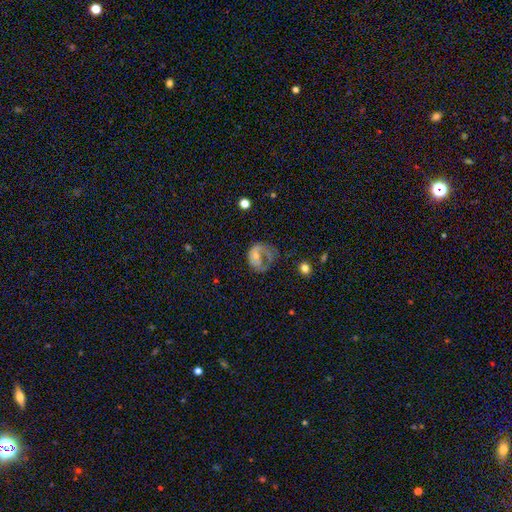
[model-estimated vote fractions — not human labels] The model was most divided on "spiral arms": no: 53%, yes: 47%. More confident: edge-on disk — no (97%); bar — no (77%); smooth or featured — featured or disk (53%); bulge size — small (53%); merging — major disturbance (52%).